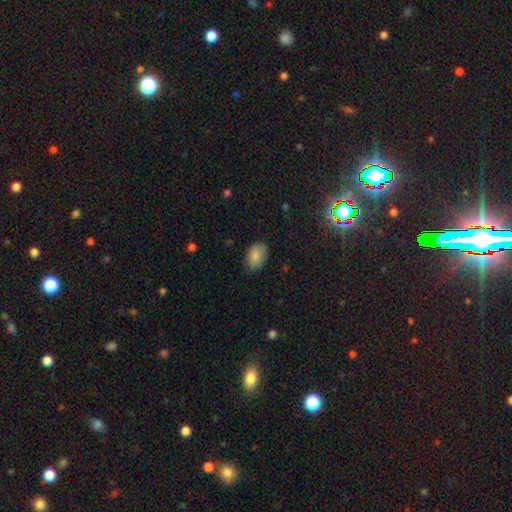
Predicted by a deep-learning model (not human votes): The model was most divided on "merging": none: 77%, minor disturbance: 18%, major disturbance: 4%, merger: 1%. More confident: smooth or featured — smooth (86%); how rounded — in between (85%).